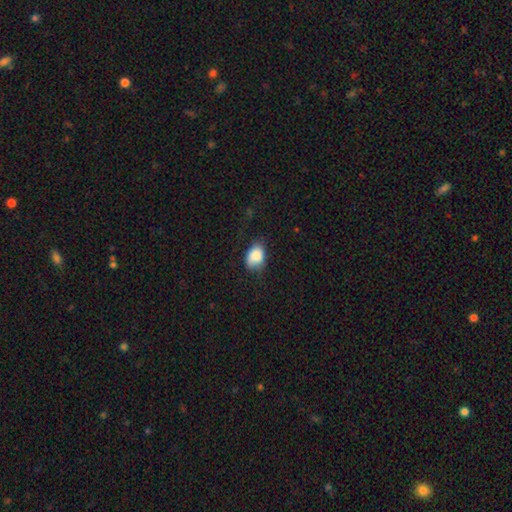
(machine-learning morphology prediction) This appears to be a smooth galaxy with no disk features (86%) that is in between round and cigar-shaped (75%). Merging: none (55%).